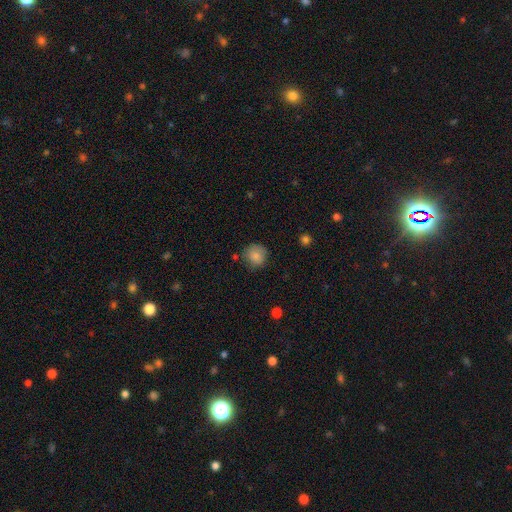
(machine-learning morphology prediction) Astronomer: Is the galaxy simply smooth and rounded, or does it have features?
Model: smooth — 85%.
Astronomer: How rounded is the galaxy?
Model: round — 91%.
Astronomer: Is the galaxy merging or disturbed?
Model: none — 77%.